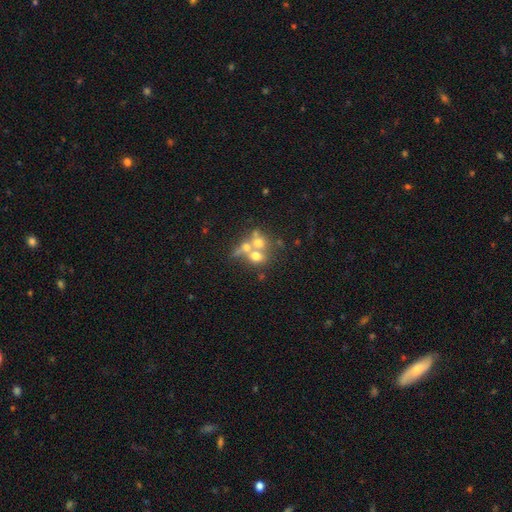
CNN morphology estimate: Smooth or featured? Predicted: smooth (p=0.54). How rounded? Predicted: round (p=0.75). Merging? Predicted: merger (p=0.58).